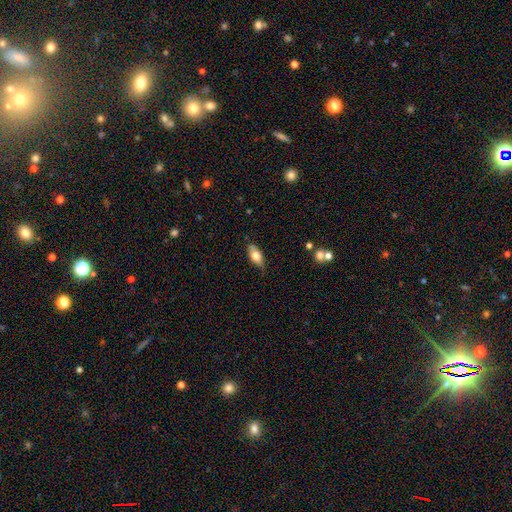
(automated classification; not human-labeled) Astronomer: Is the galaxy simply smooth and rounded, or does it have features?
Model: smooth — 70%.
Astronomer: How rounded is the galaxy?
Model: in between — 80%.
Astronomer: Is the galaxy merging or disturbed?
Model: none — 76%.